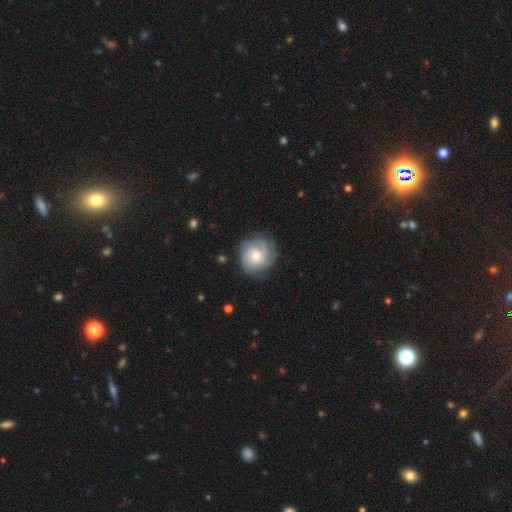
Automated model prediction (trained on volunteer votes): A featured or disk galaxy (66%) with no bar (75%), can't tell (31%, tied with 3) tight (60%) spiral arms (92%) and a moderate central bulge (62%). Merging: none (75%).